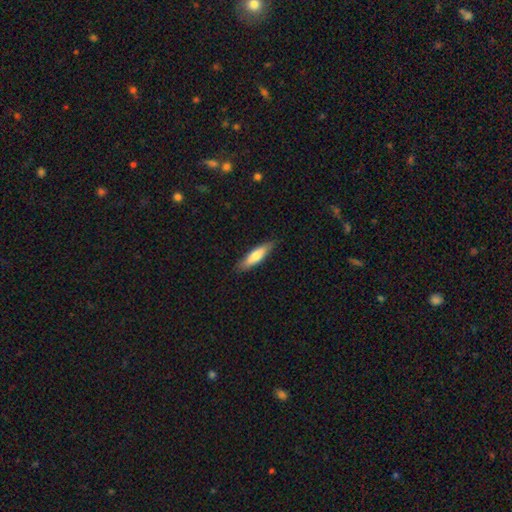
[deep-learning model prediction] smooth-or-featured: smooth: 69% | featured or disk: 25% | star or artifact: 5%
  how-rounded: cigar-shaped: 65% | in between: 34% | round: 2%
  merging: none: 85% | minor disturbance: 12% | major disturbance: 2% | merger: 1%